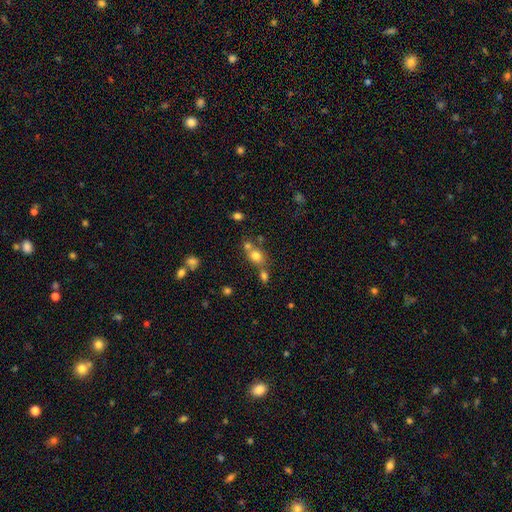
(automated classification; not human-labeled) This appears to be a smooth galaxy with no disk features (75%) that is round (58%). Merging: none (49%).